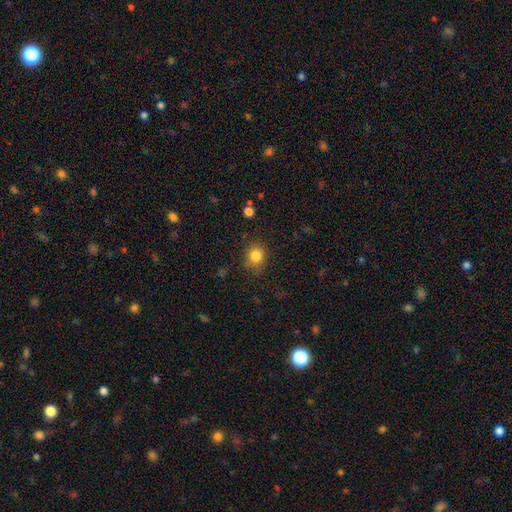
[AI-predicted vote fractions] Q: Smooth or featured?
A: smooth (83%); runner-up: star or artifact (12%)
Q: How rounded?
A: round (78%); runner-up: in between (21%)
Q: Merging?
A: none (80%); runner-up: minor disturbance (14%)